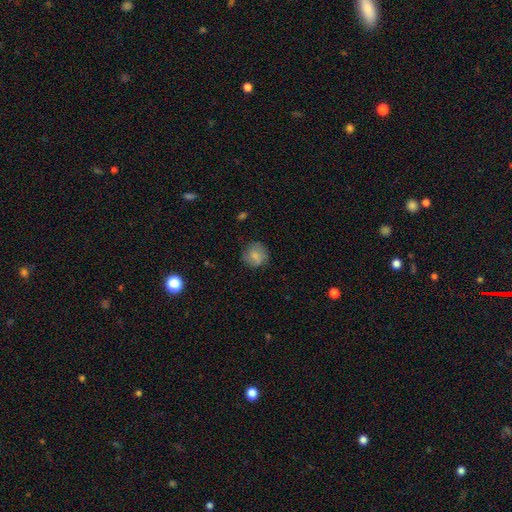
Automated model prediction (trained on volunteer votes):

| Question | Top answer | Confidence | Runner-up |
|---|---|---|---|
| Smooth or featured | smooth | 77% | featured or disk (15%) |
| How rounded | round | 89% | in between (10%) |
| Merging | none | 78% | minor disturbance (16%) |